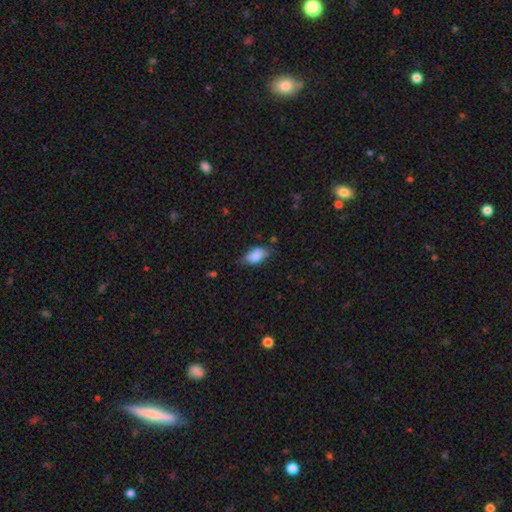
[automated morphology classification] Smooth or featured?
  - smooth: 82% *
  - featured or disk: 11%
  - star or artifact: 7%
How rounded?
  - in between: 89% *
  - cigar-shaped: 6%
  - round: 5%
Merging?
  - none: 60% *
  - minor disturbance: 31%
  - major disturbance: 7%
  - merger: 2%